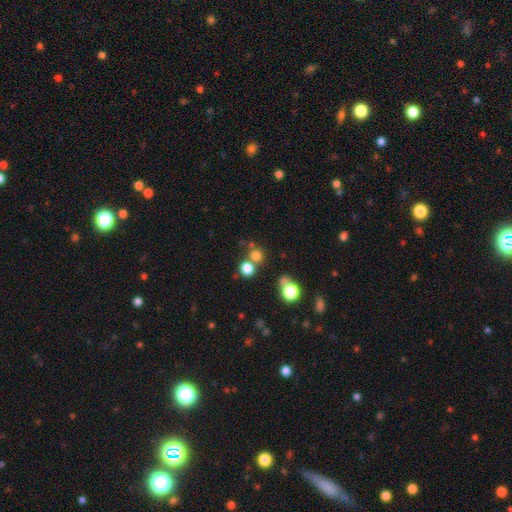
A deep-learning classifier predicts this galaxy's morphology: This is likely a smooth galaxy (73%). How rounded: clearly round (88%). Merging: likely none (61%).